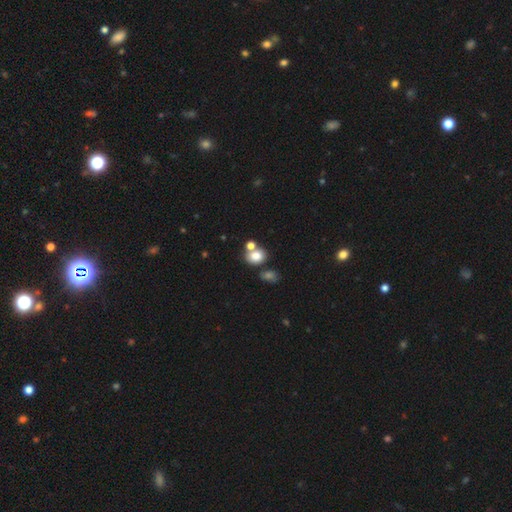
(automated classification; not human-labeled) smooth_or_featured: smooth (p=0.78) [alt: star or artifact p=0.12]
how_rounded: round (p=0.53) [alt: in between p=0.46]
merging: none (p=0.49) [alt: merger p=0.35]